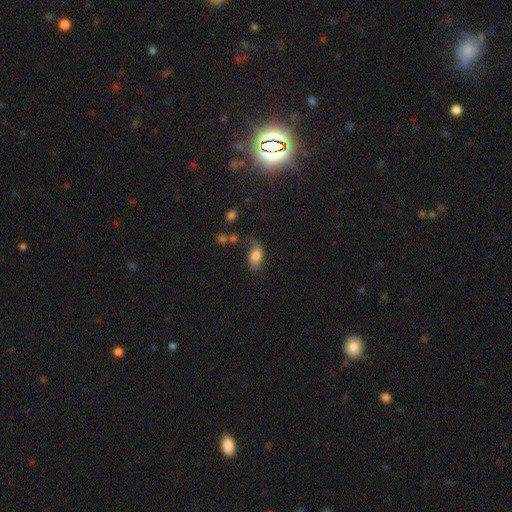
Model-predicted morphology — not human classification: Smooth or featured?
  - smooth: 74% *
  - featured or disk: 17%
  - star or artifact: 8%
How rounded?
  - in between: 89% *
  - round: 9%
  - cigar-shaped: 2%
Merging?
  - none: 39% *
  - minor disturbance: 29%
  - major disturbance: 23%
  - merger: 9%